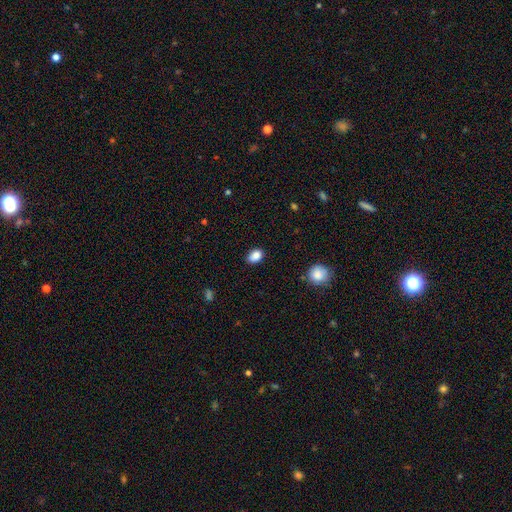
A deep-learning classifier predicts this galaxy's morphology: A smooth galaxy with no disk features (86%) that is in between round and cigar-shaped (80%).

Vote fractions:
- Smooth or featured? smooth: 86% / star or artifact: 9% / featured or disk: 5%
- How rounded? in between: 80% / round: 19% / cigar-shaped: 1%
- Merging? none: 82% / minor disturbance: 14% / major disturbance: 3% / merger: 1%